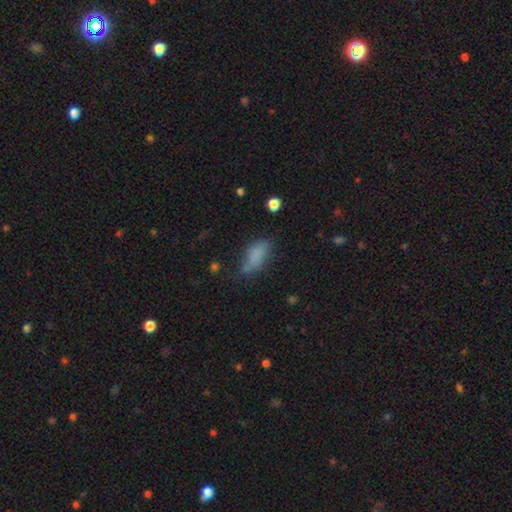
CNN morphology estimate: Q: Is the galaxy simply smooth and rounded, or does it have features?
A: smooth — 78%.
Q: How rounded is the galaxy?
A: in between — 82%.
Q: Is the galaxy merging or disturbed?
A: none — 54%.